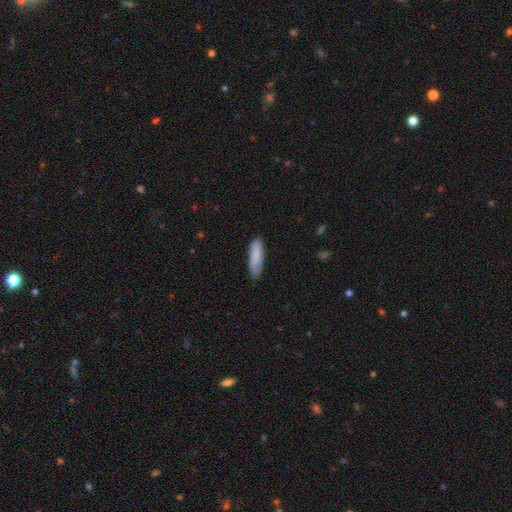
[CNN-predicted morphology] smooth-or-featured: smooth: 82% | featured or disk: 12% | star or artifact: 6%
  how-rounded: cigar-shaped: 59% | in between: 40% | round: 1%
  merging: none: 79% | minor disturbance: 17% | major disturbance: 3% | merger: 1%